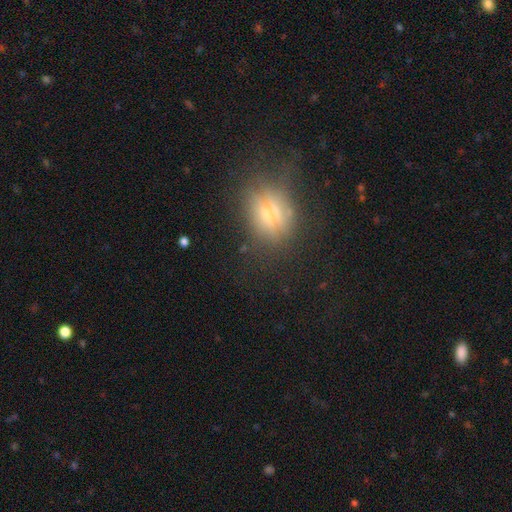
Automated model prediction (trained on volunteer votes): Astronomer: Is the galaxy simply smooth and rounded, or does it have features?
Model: smooth — 62%.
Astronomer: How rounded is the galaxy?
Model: round — 67%.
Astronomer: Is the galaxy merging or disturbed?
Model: none — 77%.